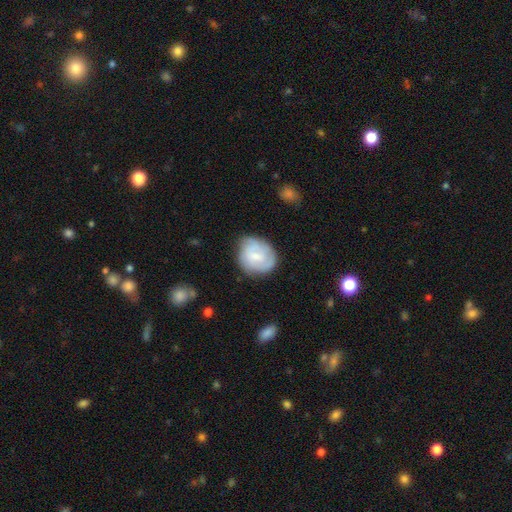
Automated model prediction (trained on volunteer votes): Smooth or featured: smooth — 53% (featured or disk — 41%)
How rounded: round — 68% (in between — 31%)
Merging: none — 65% (minor disturbance — 25%)